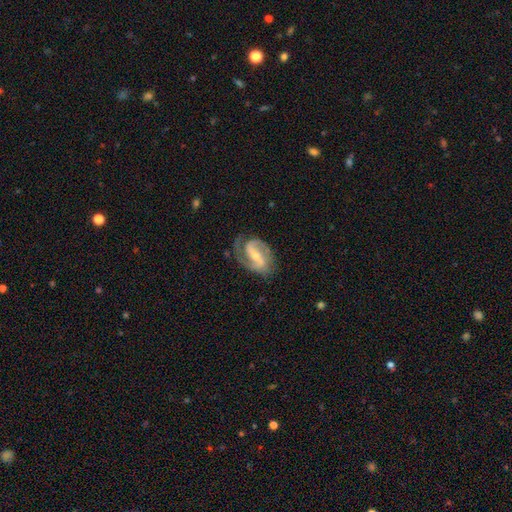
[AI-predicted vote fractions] Overall: featured or disk (89%). Edge-on disk: no (97%). Bar: strong (48%; weak 35%). Spiral arms: yes (97%). Spiral arm count: 2 (87%). Spiral winding: medium (52%; loose 25%). Bulge size: small (59%; moderate 37%). Merging: none (70%).